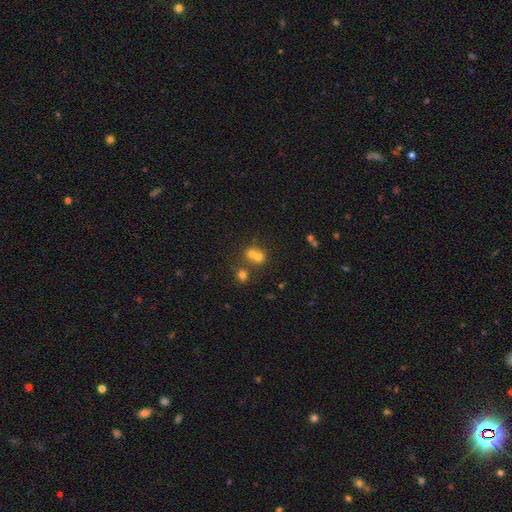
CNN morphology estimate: Smooth or featured?
  - smooth: 65% *
  - star or artifact: 18%
  - featured or disk: 17%
How rounded?
  - round: 80% *
  - in between: 19%
  - cigar-shaped: 1%
Merging?
  - merger: 56% *
  - none: 35%
  - minor disturbance: 5%
  - major disturbance: 3%